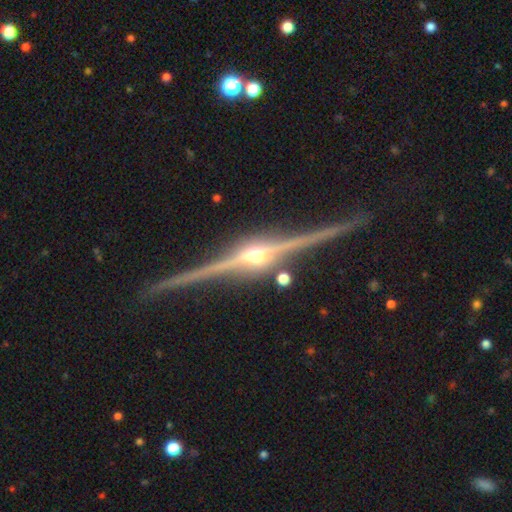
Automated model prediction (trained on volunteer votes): Smooth or featured? featured or disk (91%)
Edge-on disk? yes (98%)
Edge-on bulge? rounded (95%)
Merging? none (86%)